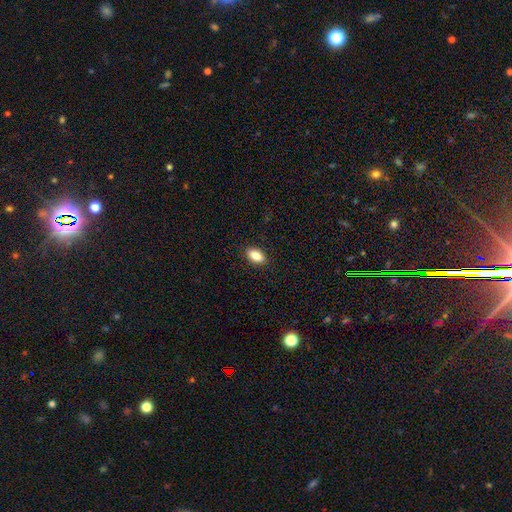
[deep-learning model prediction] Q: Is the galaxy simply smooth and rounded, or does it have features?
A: smooth — 85%.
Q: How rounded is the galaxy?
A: in between — 90%.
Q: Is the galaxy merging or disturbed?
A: none — 89%.